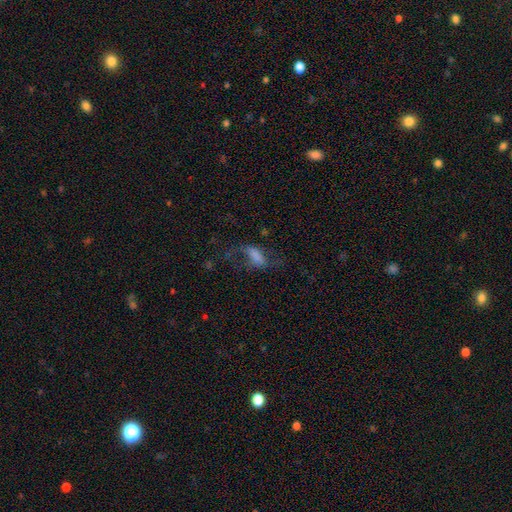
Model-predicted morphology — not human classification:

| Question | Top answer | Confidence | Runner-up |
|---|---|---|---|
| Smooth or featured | featured or disk | 46% | smooth (38%) |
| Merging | none | 46% | major disturbance (33%) |